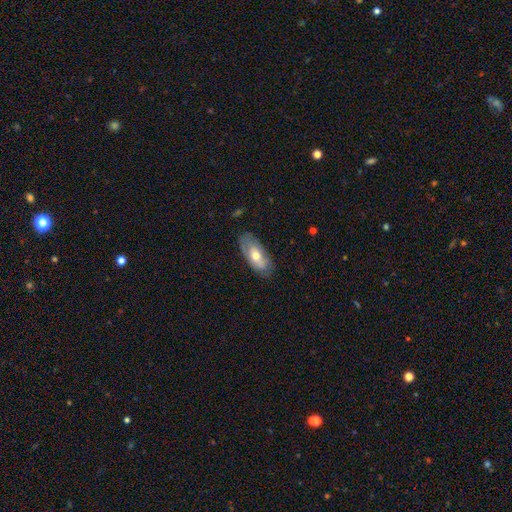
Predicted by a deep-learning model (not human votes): This appears to be a smooth galaxy with no disk features (55%) that is in between round and cigar-shaped (86%). Merging: none (75%).